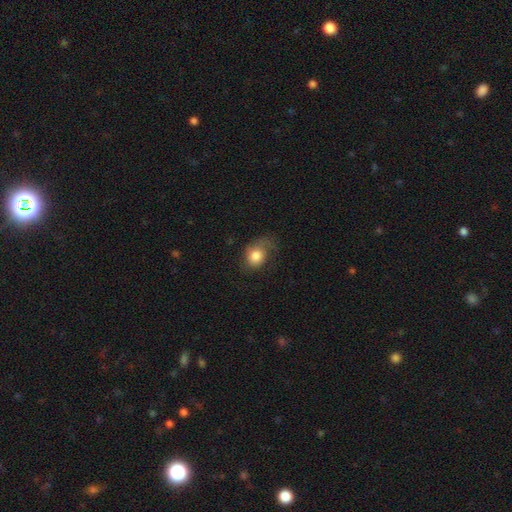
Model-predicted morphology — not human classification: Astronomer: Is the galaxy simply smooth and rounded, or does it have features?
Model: smooth — 78%.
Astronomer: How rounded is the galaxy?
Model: in between — 50% (runner-up: round, 49%).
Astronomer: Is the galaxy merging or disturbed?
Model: none — 41% (runner-up: minor disturbance, 30%).